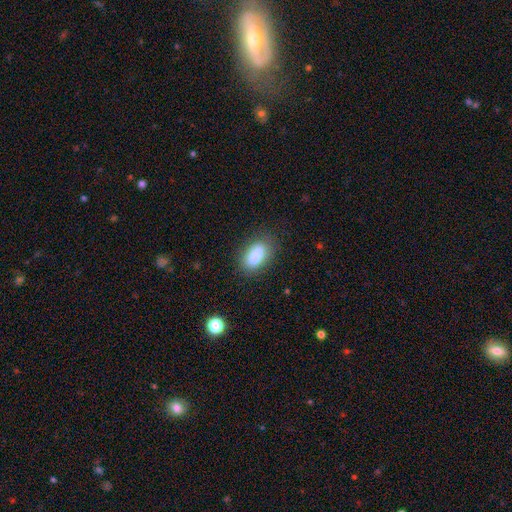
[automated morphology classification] Smooth or featured? smooth (82%)
How rounded? in between (85%)
Merging? none (79%)